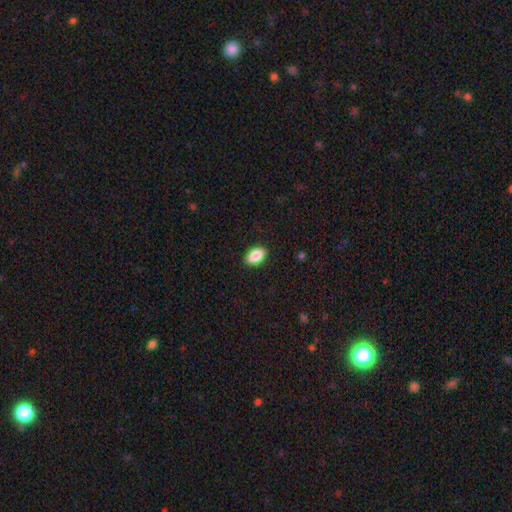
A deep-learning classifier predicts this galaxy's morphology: This is clearly a smooth galaxy (87%). How rounded: clearly in between (92%). Merging: clearly none (90%).